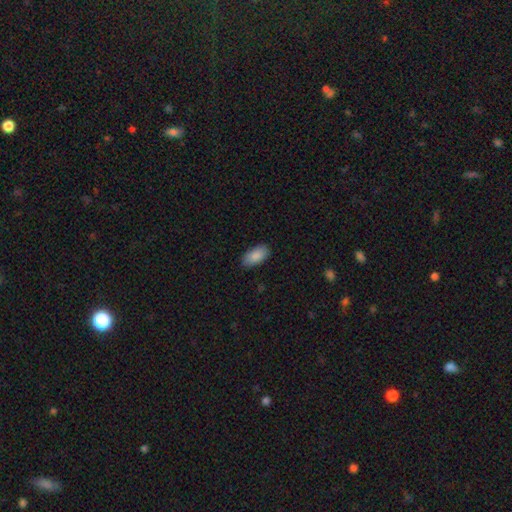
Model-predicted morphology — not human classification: The model was most divided on "merging": none: 87%, minor disturbance: 10%, major disturbance: 2%, merger: 1%. More confident: how rounded — in between (94%); smooth or featured — smooth (88%).